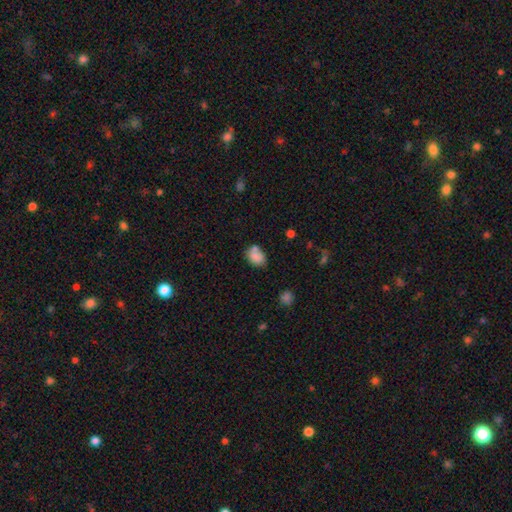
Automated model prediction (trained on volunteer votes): smooth_or_featured: smooth (p=0.81) [alt: star or artifact p=0.10]
how_rounded: in between (p=0.70) [alt: round p=0.29]
merging: none (p=0.51) [alt: merger p=0.22]